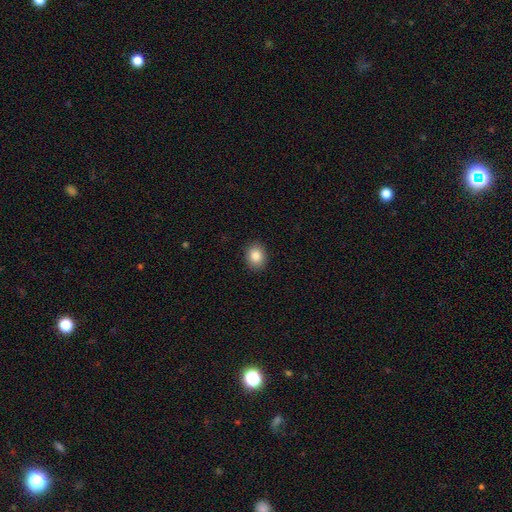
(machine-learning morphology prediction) Smooth or featured? smooth (85%)
How rounded? round (58%)
Merging? none (91%)